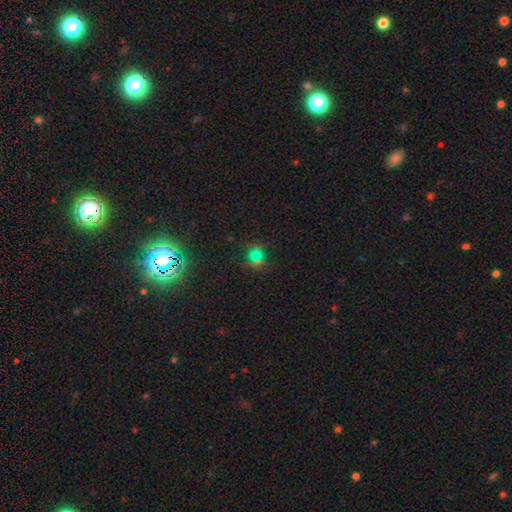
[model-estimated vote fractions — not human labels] Smooth or featured? smooth (45%)
Merging? none (69%)